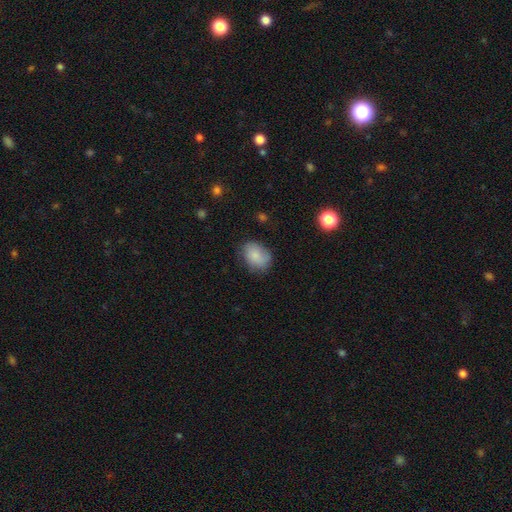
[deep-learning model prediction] Morphology: type=smooth (82%); roundness=in between (70%); merging=none (67%).